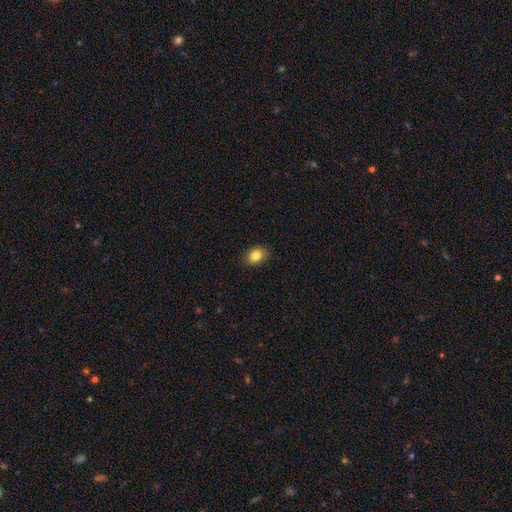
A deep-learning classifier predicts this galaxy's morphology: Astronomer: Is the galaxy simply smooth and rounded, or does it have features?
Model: smooth — 85%.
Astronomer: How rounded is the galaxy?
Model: in between — 61% (runner-up: round, 38%).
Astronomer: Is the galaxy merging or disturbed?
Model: none — 88%.